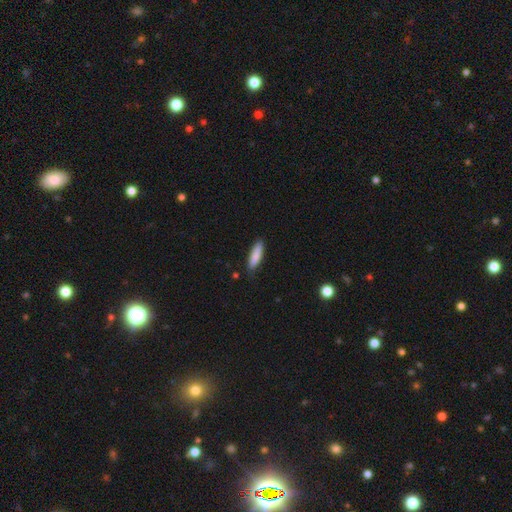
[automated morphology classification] type=smooth (85%); roundness=cigar-shaped (69%); merging=none (81%).